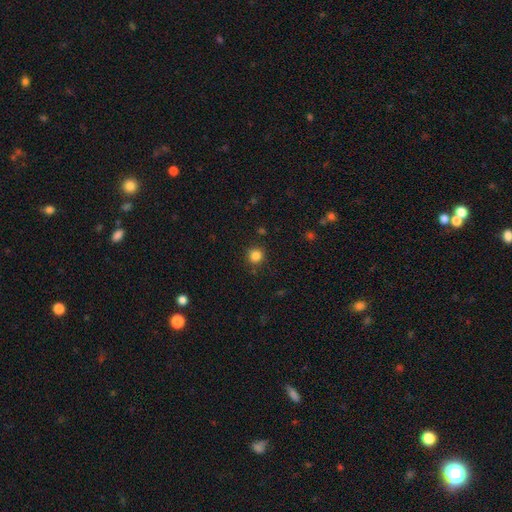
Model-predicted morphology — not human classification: The model was most divided on "smooth or featured": smooth: 84%, star or artifact: 12%, featured or disk: 4%. More confident: how rounded — round (92%); merging — none (89%).